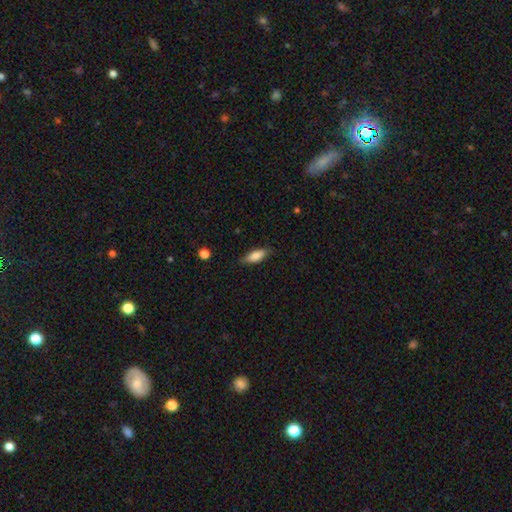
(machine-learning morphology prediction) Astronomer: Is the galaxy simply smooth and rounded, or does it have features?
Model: smooth — 78%.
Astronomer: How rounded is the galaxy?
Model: in between — 61%.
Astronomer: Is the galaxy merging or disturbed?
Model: none — 81%.